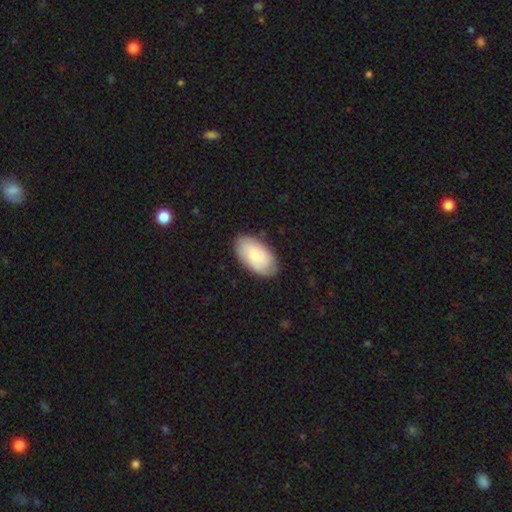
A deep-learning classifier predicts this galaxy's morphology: Smooth or featured?
  - smooth: 65% *
  - featured or disk: 29%
  - star or artifact: 6%
How rounded?
  - in between: 95% *
  - round: 4%
  - cigar-shaped: 2%
Merging?
  - none: 82% *
  - minor disturbance: 14%
  - major disturbance: 3%
  - merger: 1%